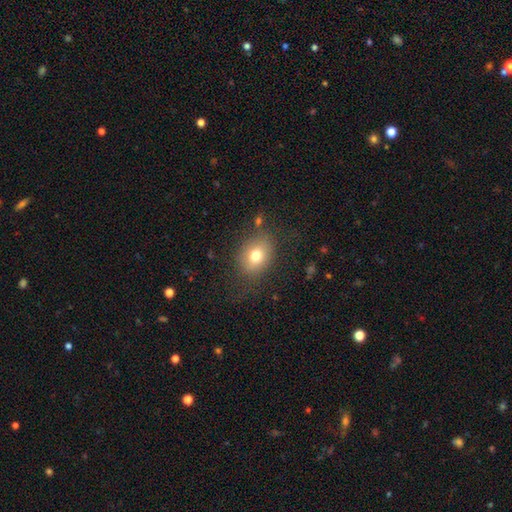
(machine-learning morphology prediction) A smooth galaxy with no disk features (74%) that is in between round and cigar-shaped (59%).

Vote fractions:
- Smooth or featured? smooth: 74% / featured or disk: 15% / star or artifact: 11%
- How rounded? in between: 59% / round: 40% / cigar-shaped: 1%
- Merging? none: 74% / minor disturbance: 16% / major disturbance: 8% / merger: 2%